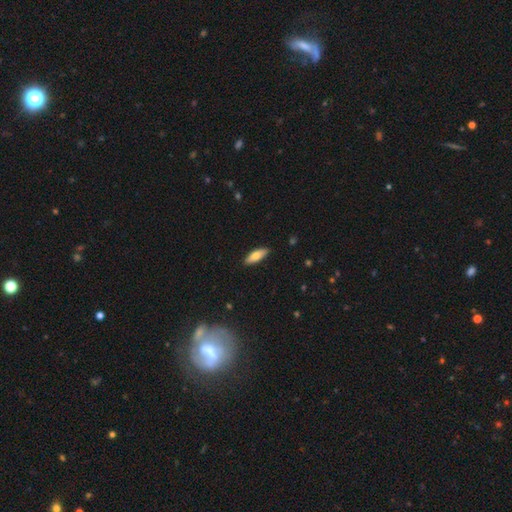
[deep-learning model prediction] Q: Smooth or featured?
A: smooth (73%); runner-up: featured or disk (21%)
Q: How rounded?
A: in between (60%); runner-up: cigar-shaped (38%)
Q: Merging?
A: none (88%); runner-up: minor disturbance (9%)